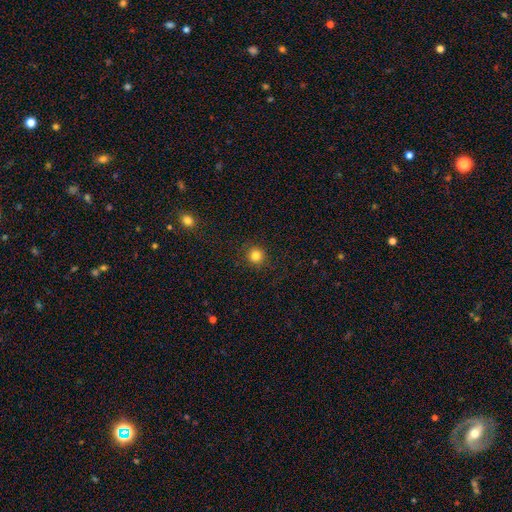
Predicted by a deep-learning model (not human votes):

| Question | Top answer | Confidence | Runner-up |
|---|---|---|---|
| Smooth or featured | smooth | 82% | star or artifact (13%) |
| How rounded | round | 94% | in between (5%) |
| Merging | none | 90% | minor disturbance (7%) |